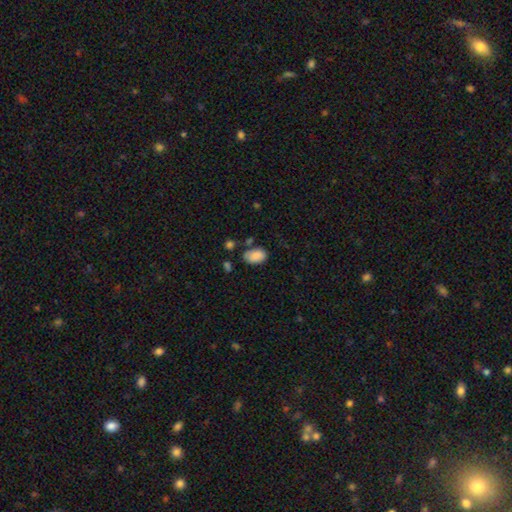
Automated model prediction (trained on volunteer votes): Smooth or featured? smooth (87%)
How rounded? in between (92%)
Merging? none (66%)